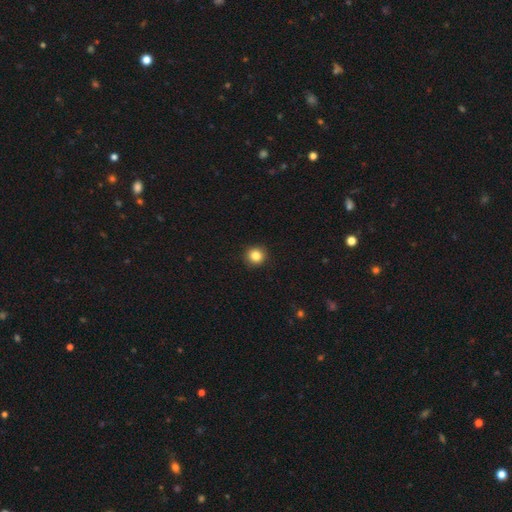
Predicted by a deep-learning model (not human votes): Smooth or featured? smooth (84%)
How rounded? round (93%)
Merging? none (93%)